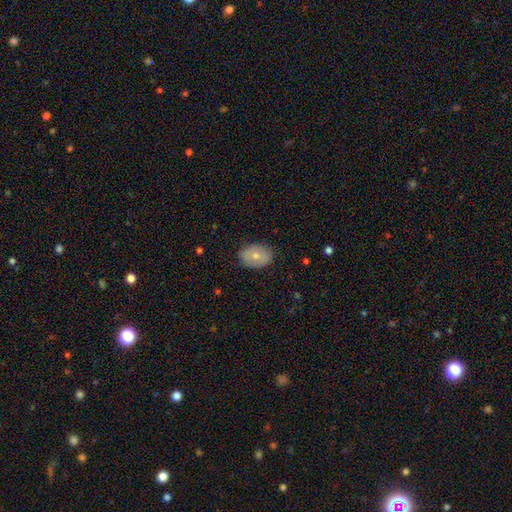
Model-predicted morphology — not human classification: Overall: smooth (68%). How rounded: in between (73%). Merging: none (84%).